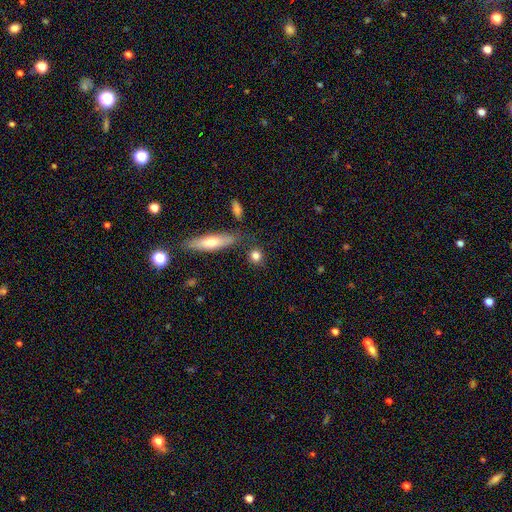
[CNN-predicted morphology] smooth_or_featured: smooth (p=0.81) [alt: featured or disk p=0.11]
how_rounded: round (p=0.74) [alt: in between p=0.19]
merging: none (p=0.78) [alt: minor disturbance p=0.11]